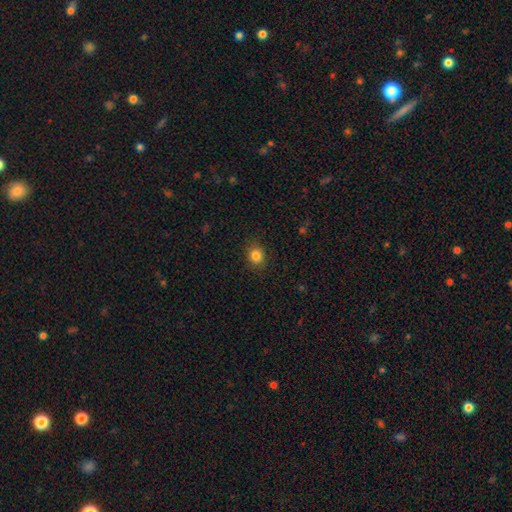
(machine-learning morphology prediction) smooth_or_featured: smooth (p=0.83) [alt: star or artifact p=0.11]
how_rounded: round (p=0.75) [alt: in between p=0.25]
merging: none (p=0.88) [alt: minor disturbance p=0.09]